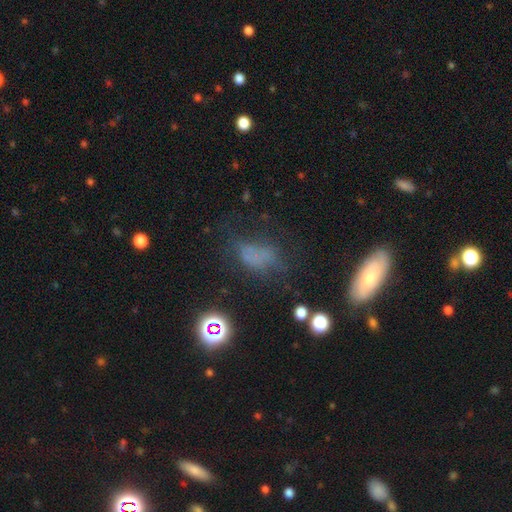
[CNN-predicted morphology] smooth 53%, star or artifact 24%, featured or disk 23%. Down the decision tree: how rounded — in between (78%); merging — none (41%).